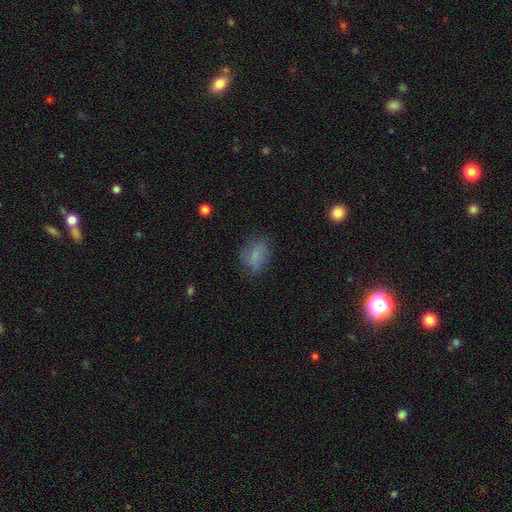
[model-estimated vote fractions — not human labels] Morphology: type=smooth (74%); roundness=in between (73%); merging=none (69%).